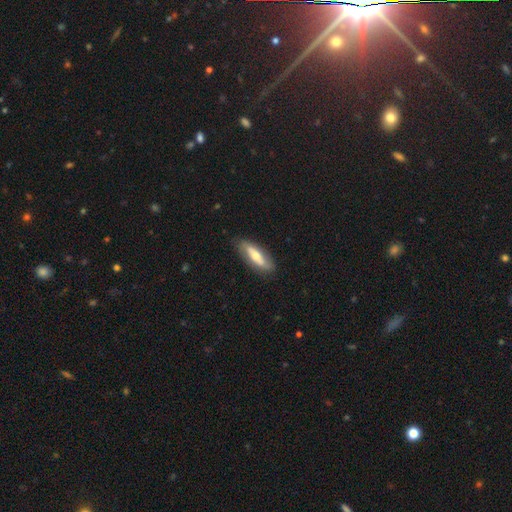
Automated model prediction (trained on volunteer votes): Smooth or featured? smooth (50%)
How rounded? in between (54%)
Merging? none (83%)